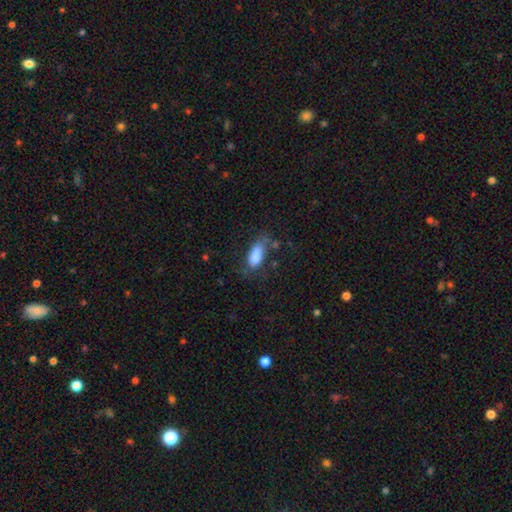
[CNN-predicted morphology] Smooth or featured? smooth (81%)
How rounded? in between (82%)
Merging? none (43%)